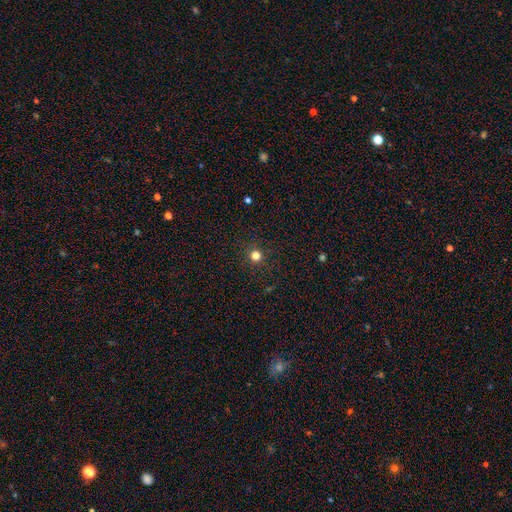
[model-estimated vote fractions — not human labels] This appears to be a smooth galaxy with no disk features (76%) that is round (95%). Merging: none (91%).